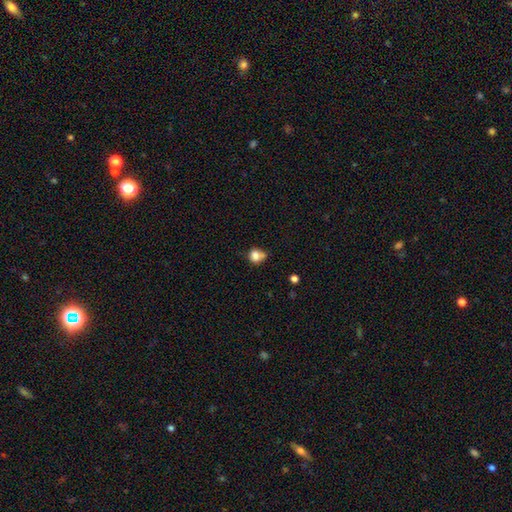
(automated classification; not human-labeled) A smooth galaxy with no disk features (78%) that is round (64%). Merging: none (39%).